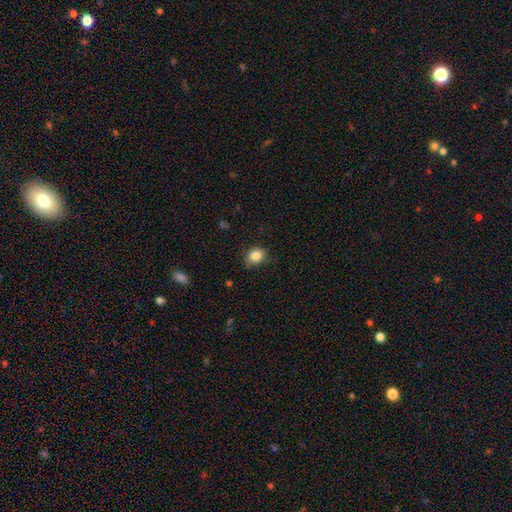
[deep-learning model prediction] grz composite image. It shows a smooth galaxy with no disk features (85%) that is round (66%). Merging: none (79%).